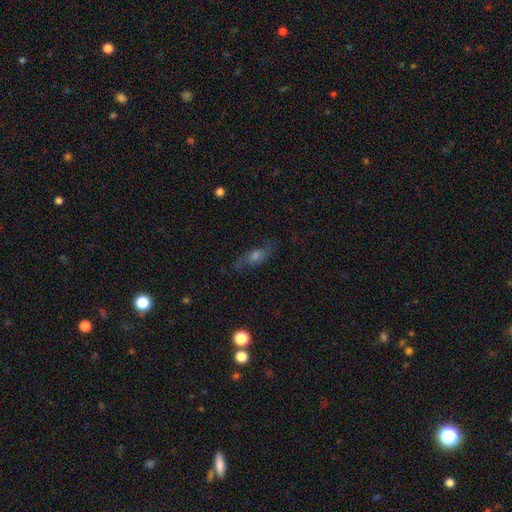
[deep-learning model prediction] Smooth or featured: featured or disk — 56% (smooth — 26%)
Edge-on disk: no — 81% (yes — 19%)
Merging: none — 73% (minor disturbance — 16%)